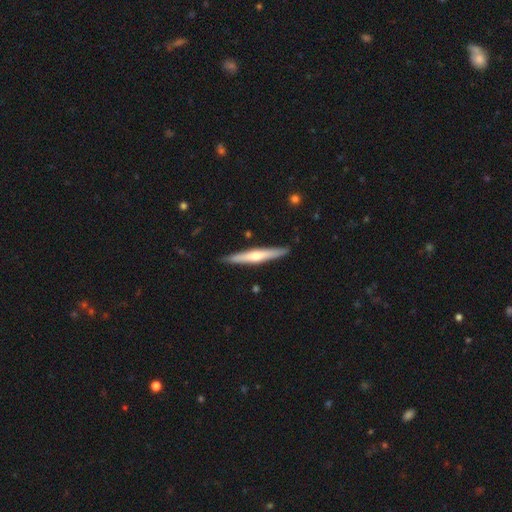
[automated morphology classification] A featured or disk galaxy (57%) viewed edge-on (96%) with a rounded central bulge (80%).

Vote fractions:
- Smooth or featured? featured or disk: 57% / smooth: 38% / star or artifact: 5%
- Edge-on disk? yes: 96% / no: 4%
- Edge-on bulge? rounded: 80% / none: 15% / boxy: 5%
- Merging? none: 90% / minor disturbance: 8% / major disturbance: 1% / merger: 1%